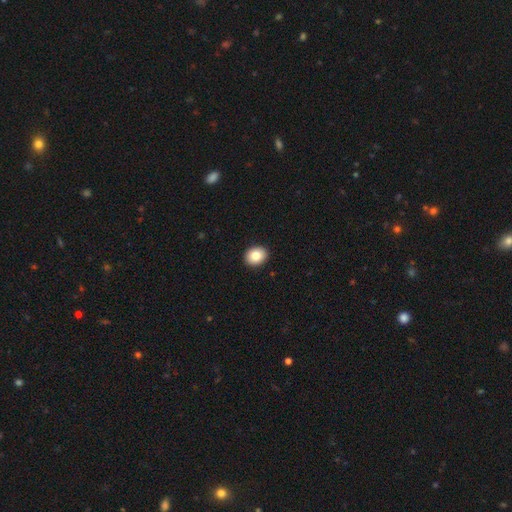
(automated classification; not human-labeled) A smooth galaxy with no disk features (84%) that is round (50%).

Vote fractions:
- Smooth or featured? smooth: 84% / star or artifact: 9% / featured or disk: 7%
- How rounded? round: 50% / in between: 49% / cigar-shaped: 1%
- Merging? none: 92% / minor disturbance: 5% / major disturbance: 1% / merger: 1%